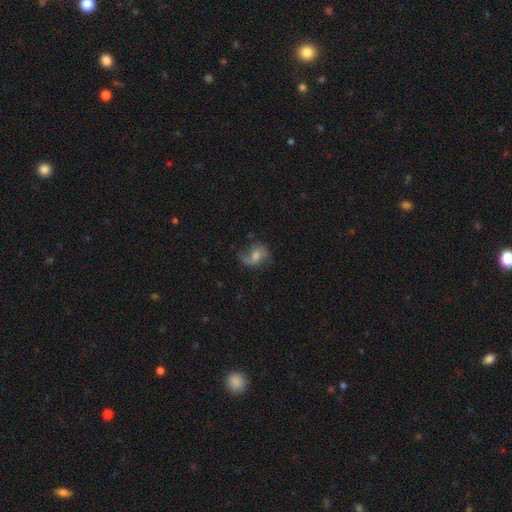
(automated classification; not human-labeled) Q: Smooth or featured?
A: featured or disk (67%); runner-up: smooth (25%)
Q: Edge-on disk?
A: no (97%); runner-up: yes (3%)
Q: Bar?
A: no (51%); runner-up: weak (40%)
Q: Spiral arms?
A: yes (91%); runner-up: no (9%)
Q: Spiral winding?
A: loose (59%); runner-up: medium (33%)
Q: Spiral arm count?
A: 2 (75%); runner-up: 1 (17%)
Q: Bulge size?
A: moderate (55%); runner-up: small (26%)
Q: Merging?
A: none (57%); runner-up: minor disturbance (23%)